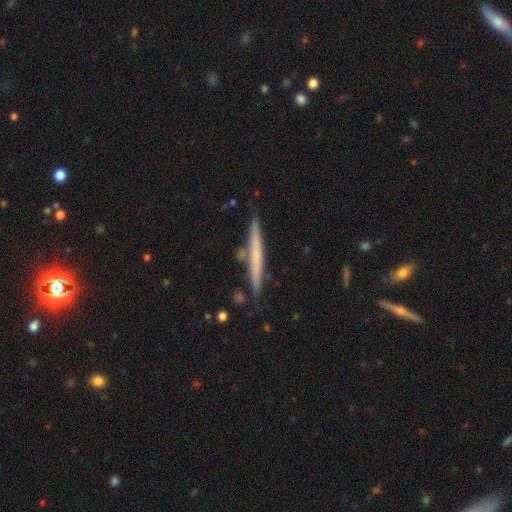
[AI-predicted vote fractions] The model was most divided on "smooth or featured": featured or disk: 51%, smooth: 43%, star or artifact: 6%. More confident: edge-on disk — yes (97%); merging — none (84%).